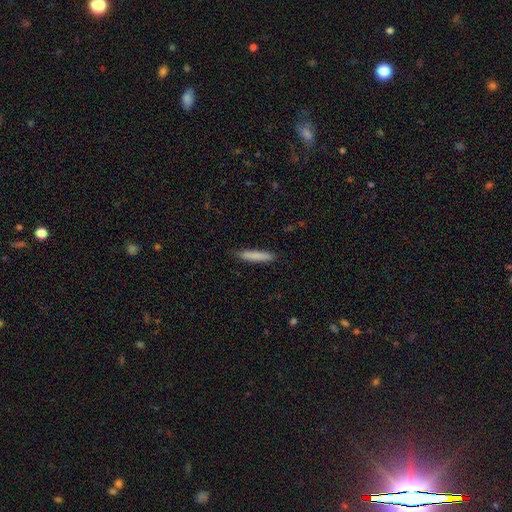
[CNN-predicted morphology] A smooth galaxy with no disk features (84%) that is cigar-shaped (91%). Merging: none (89%).